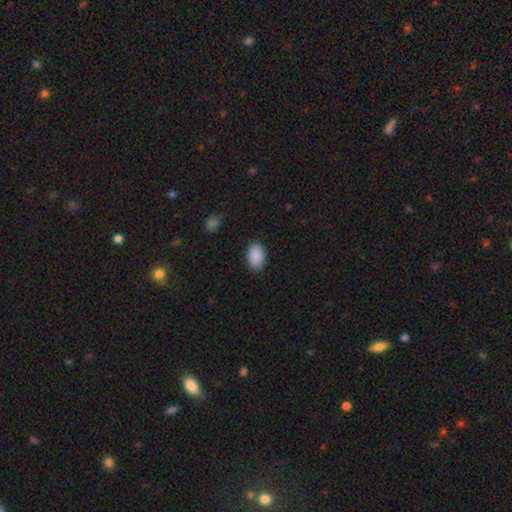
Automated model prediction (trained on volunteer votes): Smooth or featured?
  - smooth: 90% *
  - star or artifact: 7%
  - featured or disk: 3%
How rounded?
  - in between: 89% *
  - round: 10%
  - cigar-shaped: 1%
Merging?
  - none: 86% *
  - minor disturbance: 10%
  - major disturbance: 2%
  - merger: 1%